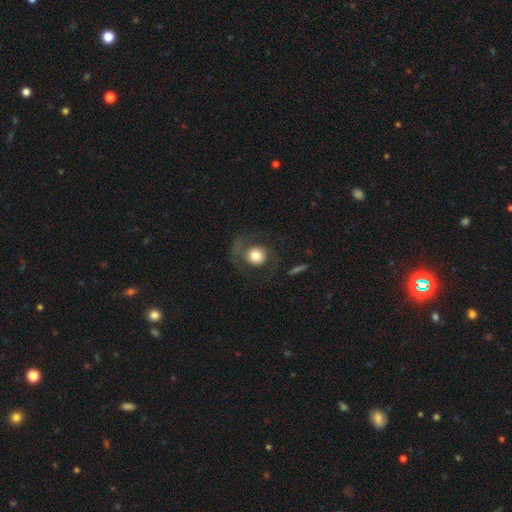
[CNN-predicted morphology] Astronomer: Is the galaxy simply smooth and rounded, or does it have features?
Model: smooth — 61%.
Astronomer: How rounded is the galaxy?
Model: round — 84%.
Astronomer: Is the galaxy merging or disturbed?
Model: none — 56%.